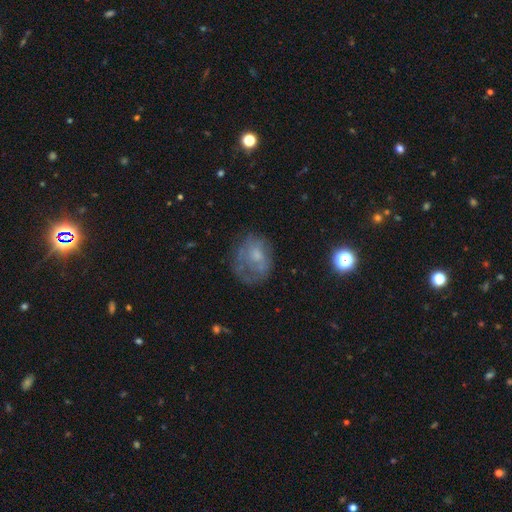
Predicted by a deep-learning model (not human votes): Q: Smooth or featured?
A: smooth (46%); runner-up: featured or disk (42%)
Q: Merging?
A: none (49%); runner-up: minor disturbance (24%)